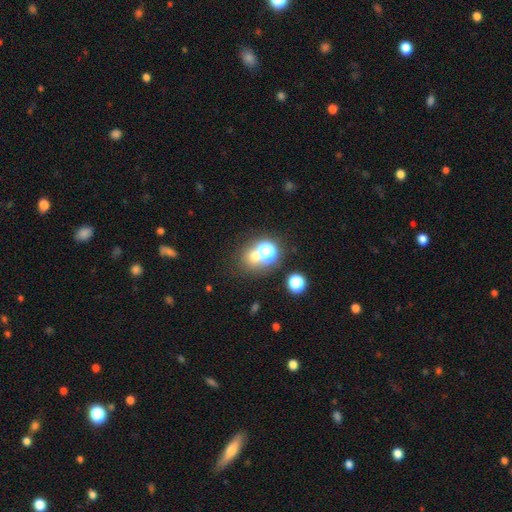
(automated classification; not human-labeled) This is possibly a smooth galaxy (56%). How rounded: clearly round (82%). Merging: possibly none (59%).